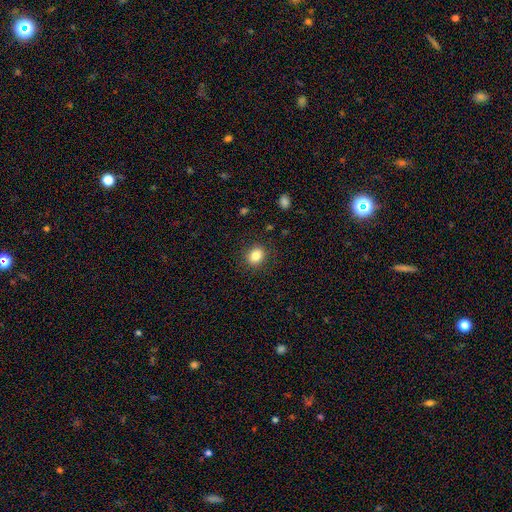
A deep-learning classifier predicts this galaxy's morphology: smooth 83%, star or artifact 10%, featured or disk 6%. Down the decision tree: how rounded — round (66%); merging — none (88%).